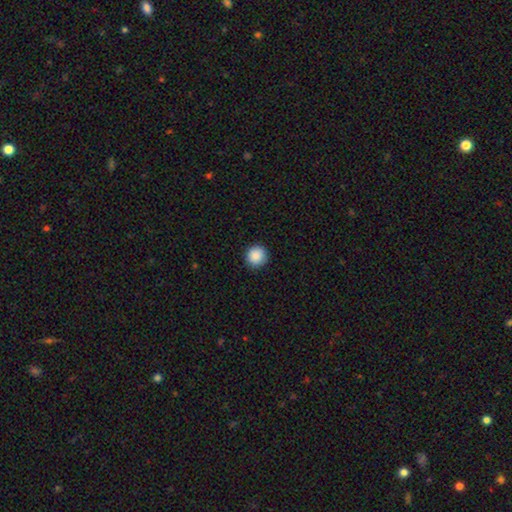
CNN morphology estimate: Smooth or featured? smooth (89%)
How rounded? round (95%)
Merging? none (92%)